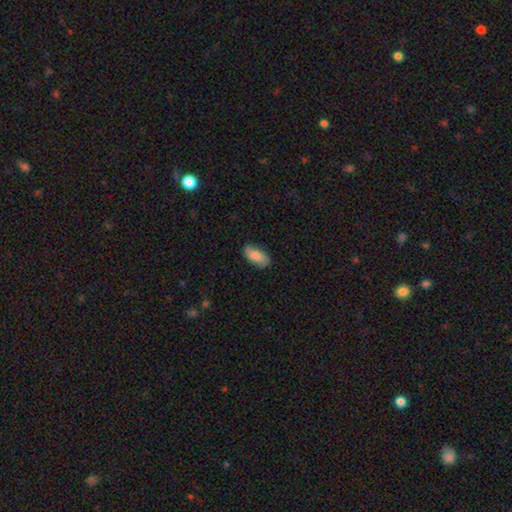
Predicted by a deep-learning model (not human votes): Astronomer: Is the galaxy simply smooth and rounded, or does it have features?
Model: smooth — 71%.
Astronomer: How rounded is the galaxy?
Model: in between — 93%.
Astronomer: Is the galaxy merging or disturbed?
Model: none — 80%.